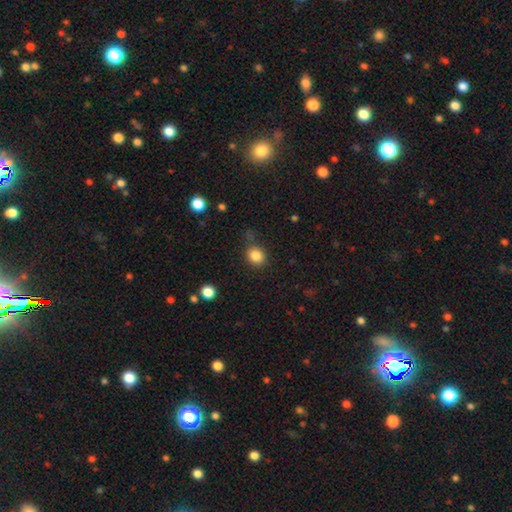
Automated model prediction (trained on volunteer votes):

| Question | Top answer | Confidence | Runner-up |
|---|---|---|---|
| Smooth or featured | smooth | 84% | star or artifact (11%) |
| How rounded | round | 70% | in between (30%) |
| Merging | none | 74% | minor disturbance (16%) |